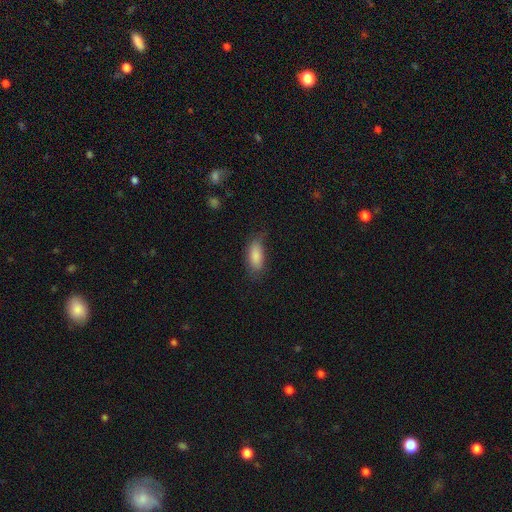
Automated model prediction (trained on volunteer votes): Overall: smooth (85%). How rounded: in between (86%). Merging: none (68%).